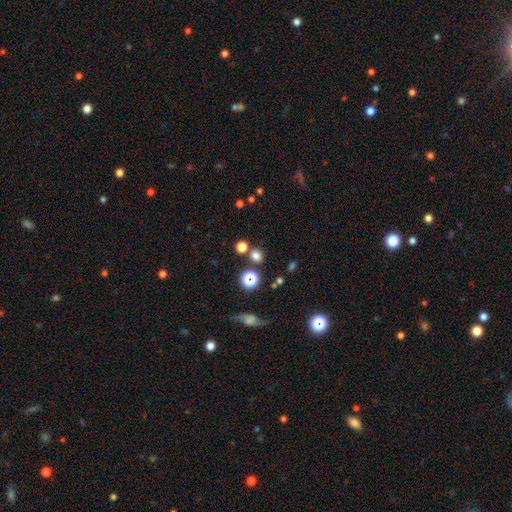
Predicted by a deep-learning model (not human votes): Overall: smooth (71%). How rounded: round (86%). Merging: none (76%).